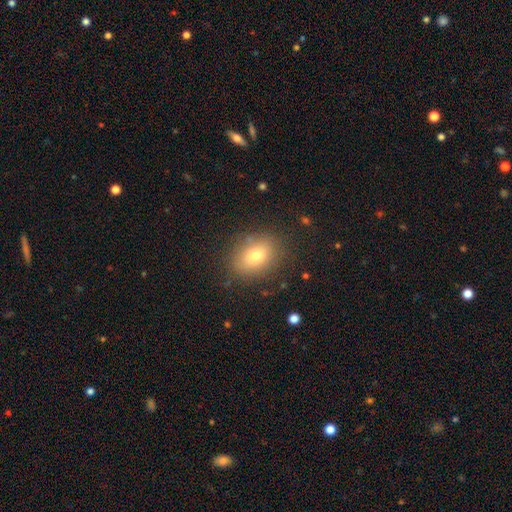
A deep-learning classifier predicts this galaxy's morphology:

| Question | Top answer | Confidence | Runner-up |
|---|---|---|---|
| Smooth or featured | smooth | 76% | featured or disk (13%) |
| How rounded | in between | 67% | round (31%) |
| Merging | none | 83% | minor disturbance (12%) |